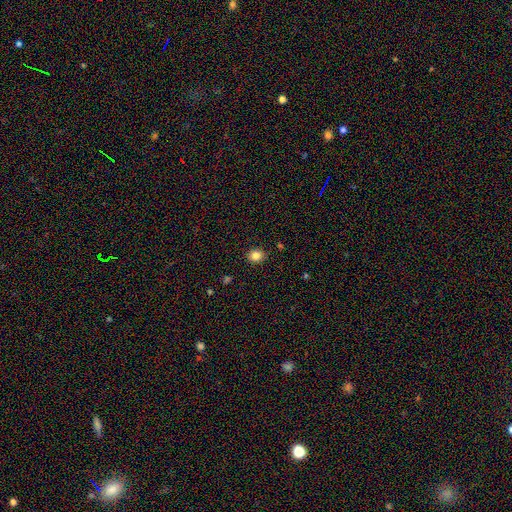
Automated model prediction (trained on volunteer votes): A smooth galaxy with no disk features (83%) that is round (70%).

Vote fractions:
- Smooth or featured? smooth: 83% / star or artifact: 11% / featured or disk: 5%
- How rounded? round: 70% / in between: 29% / cigar-shaped: 1%
- Merging? none: 89% / minor disturbance: 8% / major disturbance: 2% / merger: 1%